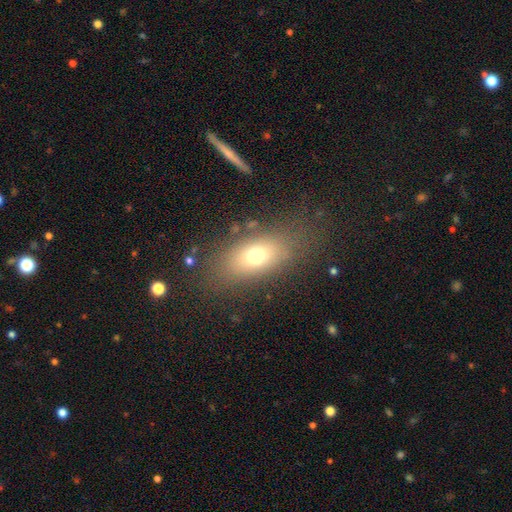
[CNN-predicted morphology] smooth_or_featured: smooth (p=0.69) [alt: featured or disk p=0.19]
how_rounded: in between (p=0.81) [alt: round p=0.10]
merging: none (p=0.76) [alt: minor disturbance p=0.14]